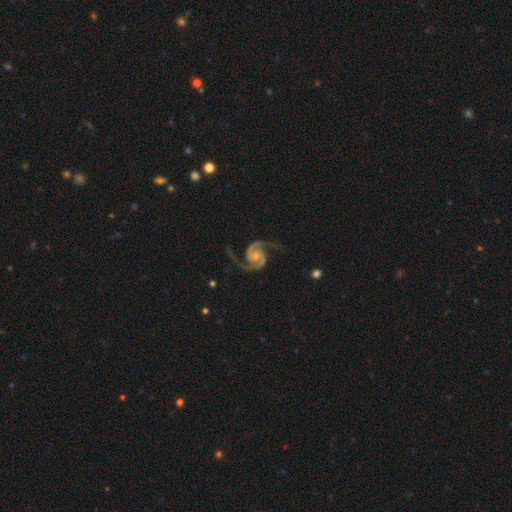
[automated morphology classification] Smooth or featured? featured or disk (94%)
Edge-on disk? no (98%)
Bar? no (62%)
Spiral arms? yes (99%)
Spiral winding? medium (61%)
Spiral arm count? 2 (94%)
Bulge size? small (55%)
Merging? none (77%)